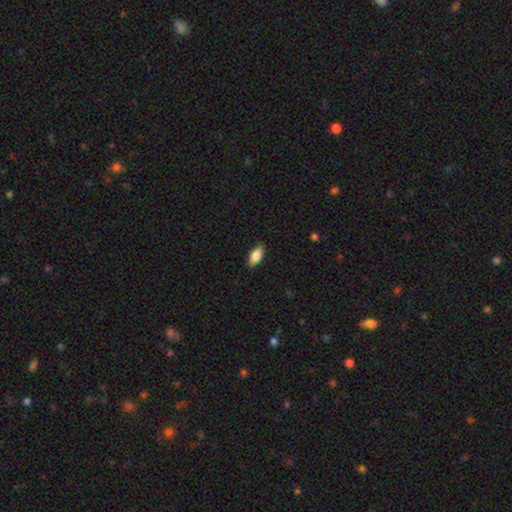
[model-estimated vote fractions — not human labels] smooth 83%, featured or disk 11%, star or artifact 7%. Down the decision tree: how rounded — in between (88%); merging — none (87%).